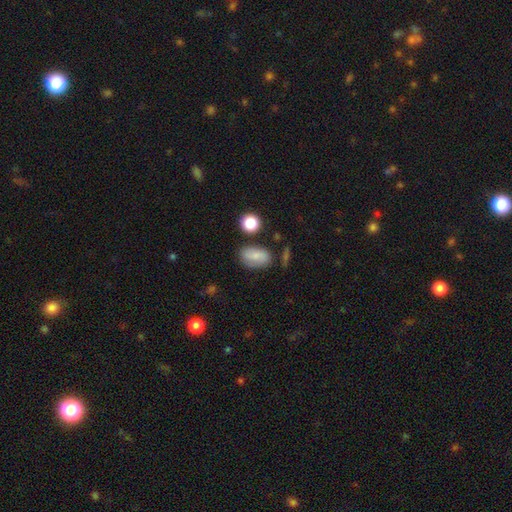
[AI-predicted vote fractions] Morphology: type=smooth (75%); roundness=in between (85%); merging=none (69%).